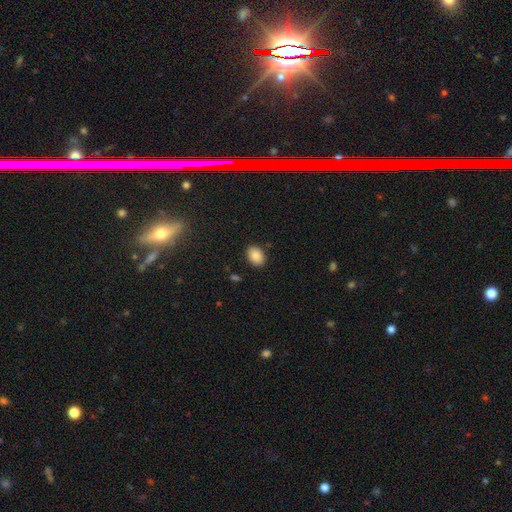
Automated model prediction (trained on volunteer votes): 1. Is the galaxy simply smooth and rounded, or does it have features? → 87% smooth, 9% star or artifact, 5% featured or disk.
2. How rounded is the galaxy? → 72% in between, 27% round, 1% cigar-shaped.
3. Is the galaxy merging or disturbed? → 87% none, 9% minor disturbance, 2% major disturbance, 2% merger.